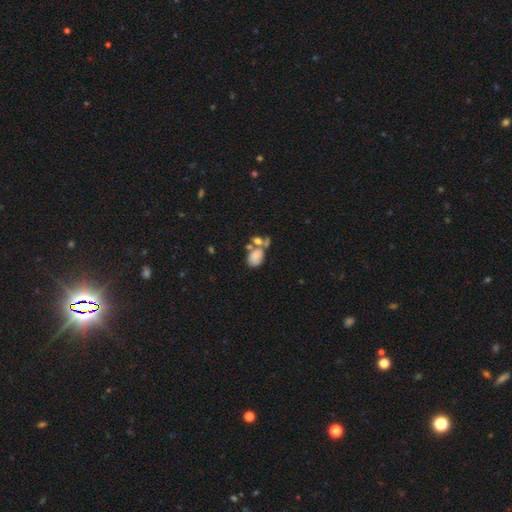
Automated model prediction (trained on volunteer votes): A smooth galaxy with no disk features (76%) that is in between round and cigar-shaped (79%). Merging: merger (44%).